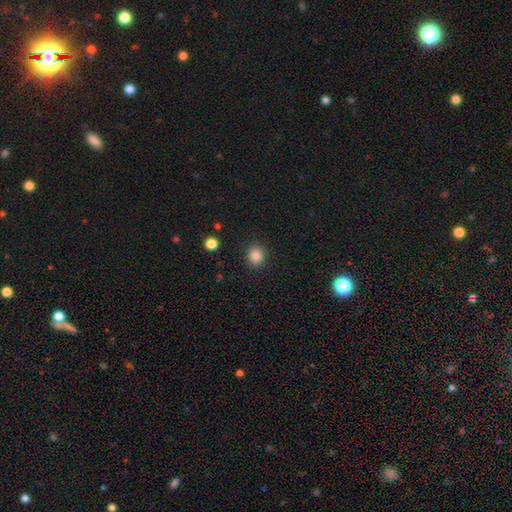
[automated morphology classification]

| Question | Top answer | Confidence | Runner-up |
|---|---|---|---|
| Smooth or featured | smooth | 85% | star or artifact (11%) |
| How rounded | round | 84% | in between (15%) |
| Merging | none | 90% | minor disturbance (7%) |